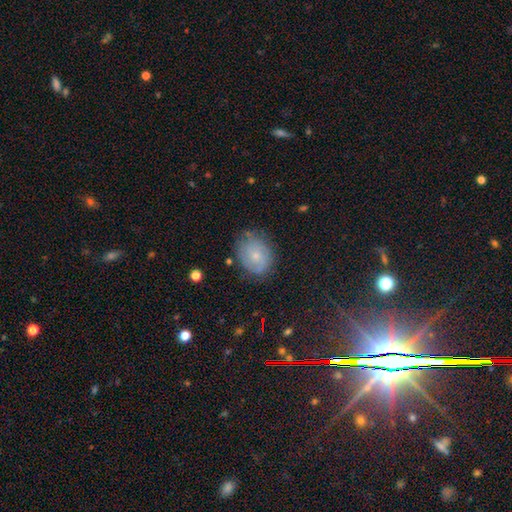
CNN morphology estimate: A smooth galaxy with no disk features (54%) that is in between round and cigar-shaped (58%).

Vote fractions:
- Smooth or featured? smooth: 54% / featured or disk: 35% / star or artifact: 12%
- How rounded? in between: 58% / round: 41% / cigar-shaped: 1%
- Merging? none: 71% / minor disturbance: 22% / major disturbance: 6% / merger: 2%